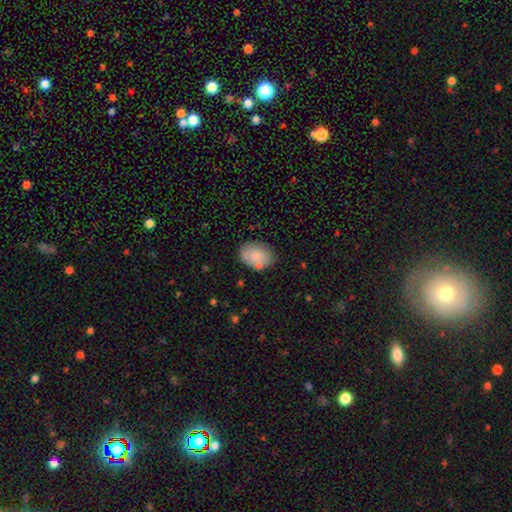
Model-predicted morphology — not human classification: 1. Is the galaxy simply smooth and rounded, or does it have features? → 79% smooth, 14% featured or disk, 7% star or artifact.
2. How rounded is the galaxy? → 73% in between, 26% round, 1% cigar-shaped.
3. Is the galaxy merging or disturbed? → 73% none, 16% minor disturbance, 7% merger, 4% major disturbance.